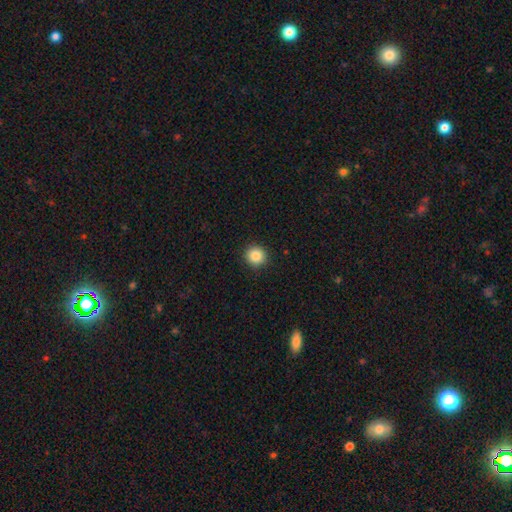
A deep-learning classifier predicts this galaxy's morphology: This appears to be a smooth galaxy with no disk features (86%) that is round (94%). Merging: none (92%).